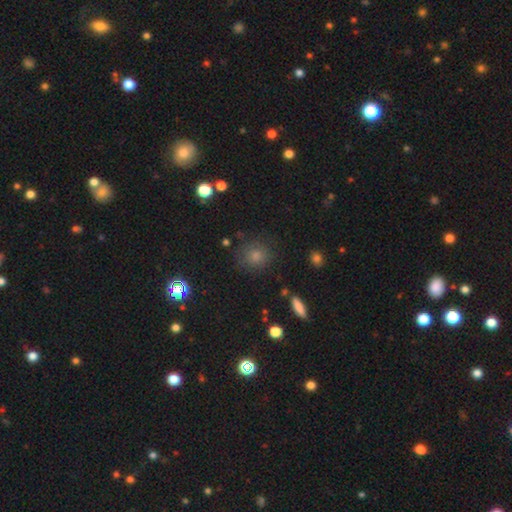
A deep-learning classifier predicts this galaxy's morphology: A smooth galaxy with no disk features (62%) that is round (87%). Merging: none (85%).